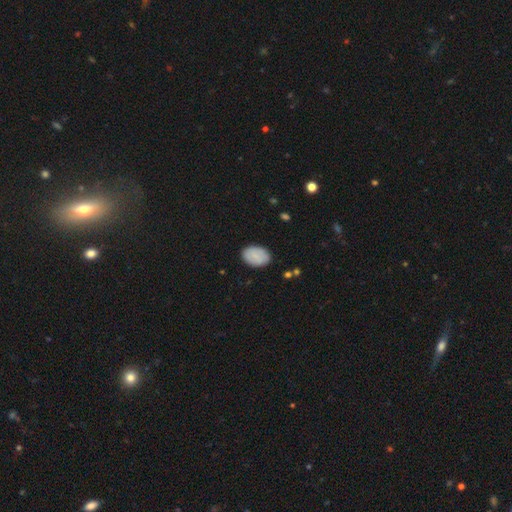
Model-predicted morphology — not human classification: A smooth galaxy with no disk features (82%) that is in between round and cigar-shaped (86%).

Vote fractions:
- Smooth or featured? smooth: 82% / featured or disk: 12% / star or artifact: 7%
- How rounded? in between: 86% / round: 13% / cigar-shaped: 1%
- Merging? none: 85% / minor disturbance: 11% / major disturbance: 2% / merger: 1%